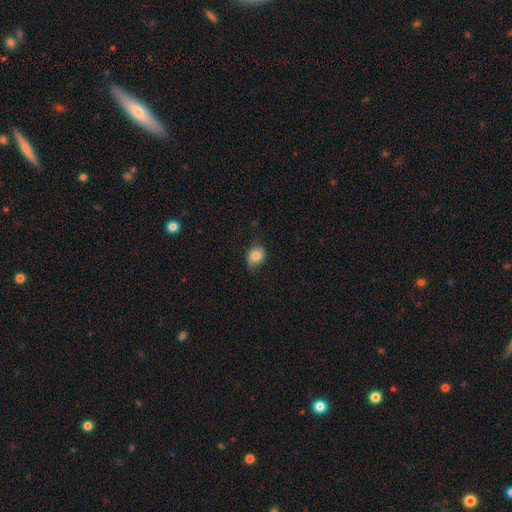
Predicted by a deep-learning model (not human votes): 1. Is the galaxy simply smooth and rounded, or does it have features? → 82% smooth, 10% featured or disk, 9% star or artifact.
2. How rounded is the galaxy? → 57% in between, 42% round, 1% cigar-shaped.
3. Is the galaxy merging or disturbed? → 72% none, 23% minor disturbance, 5% major disturbance, 1% merger.